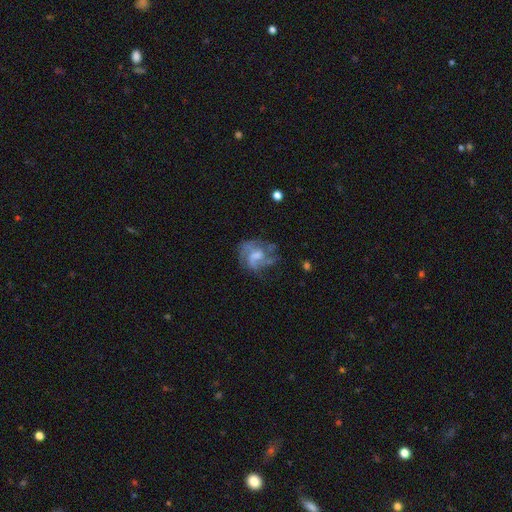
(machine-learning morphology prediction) type=featured or disk (66%); edge-on=no (98%); bar=no (49%); spiral arms=yes (71%); bulge=moderate (44%); merging=none (46%).